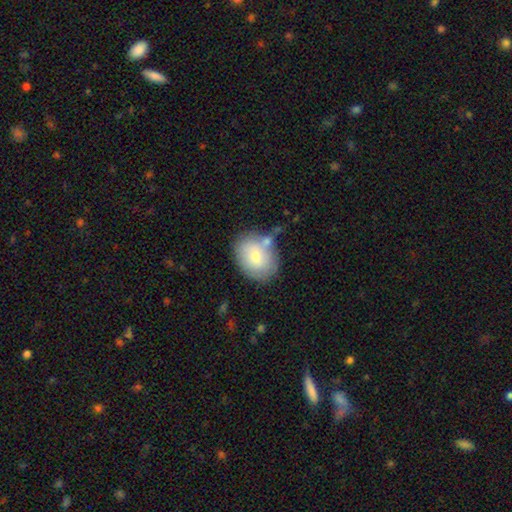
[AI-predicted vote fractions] The model was most divided on "how rounded": in between: 58%, round: 41%, cigar-shaped: 1%. More confident: smooth or featured — smooth (72%); merging — none (66%).